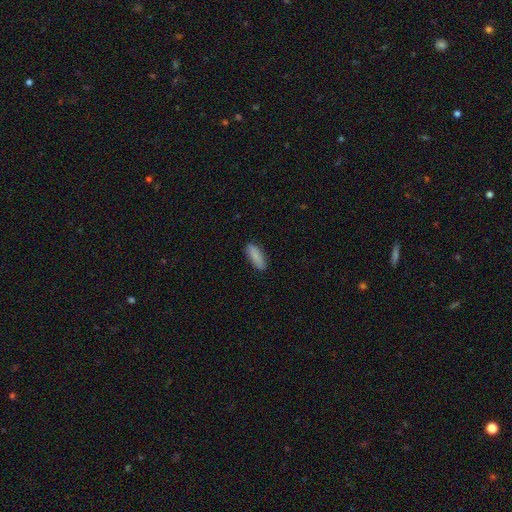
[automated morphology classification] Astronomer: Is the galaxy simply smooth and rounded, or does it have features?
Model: smooth — 87%.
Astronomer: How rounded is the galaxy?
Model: in between — 63%.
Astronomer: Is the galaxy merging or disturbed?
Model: none — 86%.